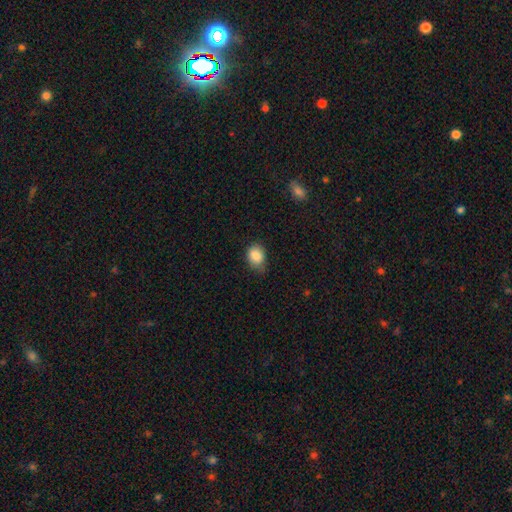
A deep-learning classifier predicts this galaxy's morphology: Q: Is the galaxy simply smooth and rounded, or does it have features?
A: smooth — 87%.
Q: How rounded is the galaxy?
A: in between — 55%.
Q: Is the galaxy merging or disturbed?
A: none — 63%.